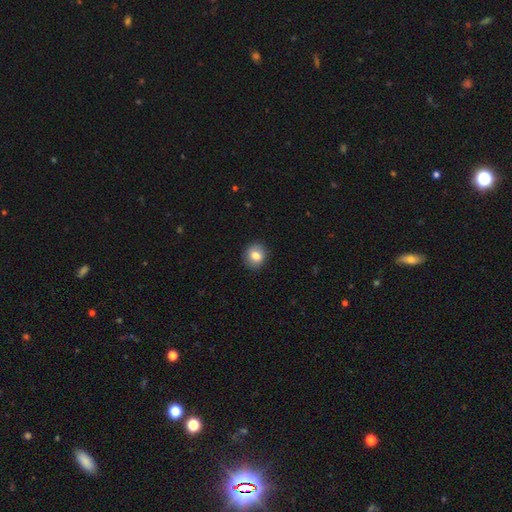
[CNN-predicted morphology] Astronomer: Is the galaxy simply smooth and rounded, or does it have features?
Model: smooth — 80%.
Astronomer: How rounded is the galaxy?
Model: round — 81%.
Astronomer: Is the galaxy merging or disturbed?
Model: none — 90%.